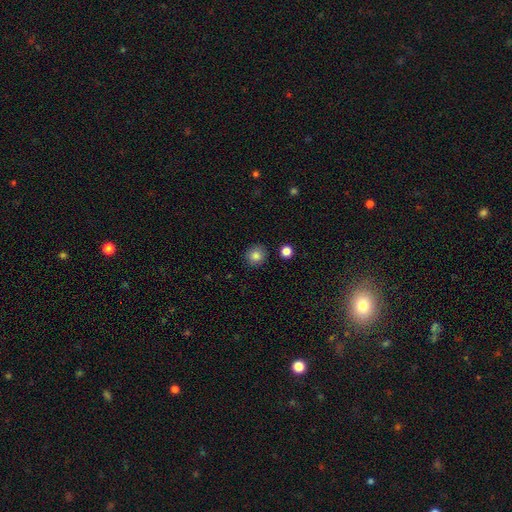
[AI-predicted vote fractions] A smooth galaxy with no disk features (84%) that is round (89%).

Vote fractions:
- Smooth or featured? smooth: 84% / star or artifact: 10% / featured or disk: 6%
- How rounded? round: 89% / in between: 10% / cigar-shaped: 1%
- Merging? none: 90% / minor disturbance: 6% / merger: 2% / major disturbance: 2%